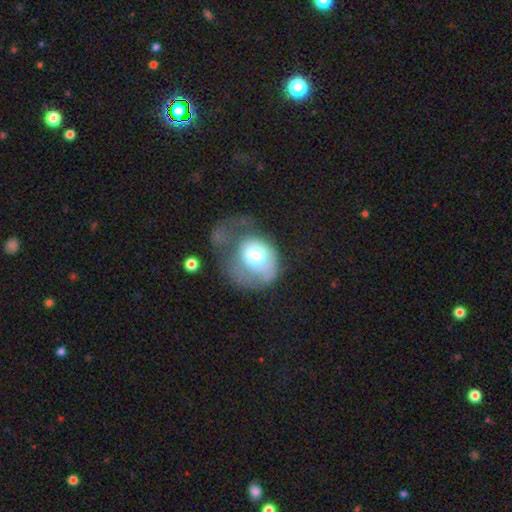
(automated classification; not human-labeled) Q: Smooth or featured?
A: smooth (57%); runner-up: featured or disk (35%)
Q: How rounded?
A: round (57%); runner-up: in between (43%)
Q: Merging?
A: major disturbance (60%); runner-up: minor disturbance (20%)